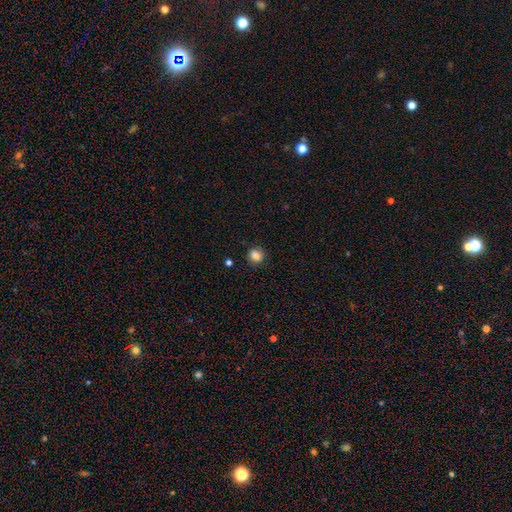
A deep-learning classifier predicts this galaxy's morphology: Smooth or featured?
  - smooth: 83% *
  - star or artifact: 11%
  - featured or disk: 5%
How rounded?
  - round: 79% *
  - in between: 21%
  - cigar-shaped: 1%
Merging?
  - none: 85% *
  - minor disturbance: 10%
  - major disturbance: 3%
  - merger: 2%